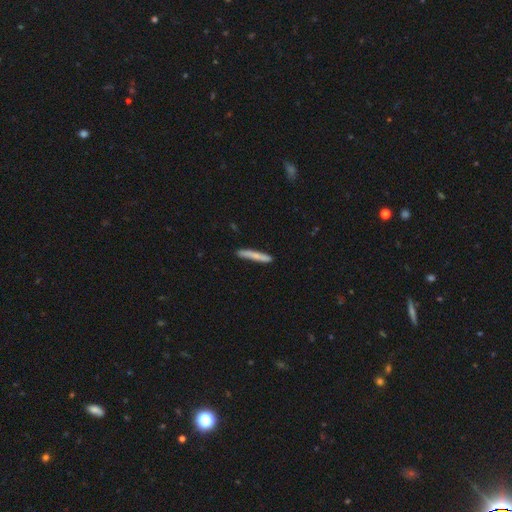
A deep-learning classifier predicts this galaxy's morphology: Smooth or featured? smooth (70%)
How rounded? cigar-shaped (95%)
Merging? none (85%)